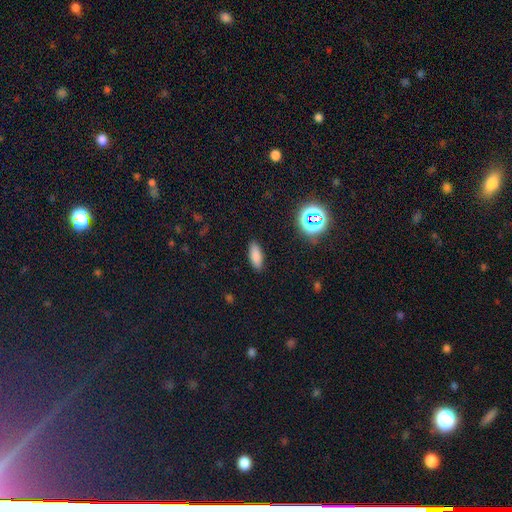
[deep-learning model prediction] Smooth or featured? Predicted: smooth (p=0.81). How rounded? Predicted: in between (p=0.77). Merging? Predicted: none (p=0.88).